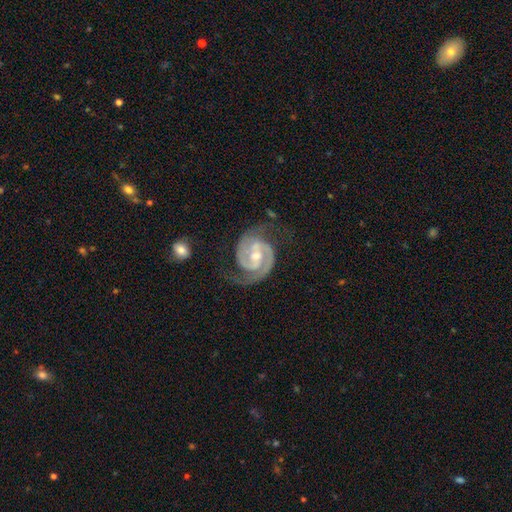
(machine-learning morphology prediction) smooth-or-featured: featured or disk: 93% | star or artifact: 4% | smooth: 3%
  disk-edge-on: no: 98% | yes: 2%
    bar: weak: 46% | no: 36% | strong: 18%
    has-spiral-arms: yes: 99% | no: 1%
      spiral-winding: medium: 47% | tight: 45% | loose: 8%
      spiral-arm-count: 2: 92% | 3: 2% | can't tell: 2% | 1: 2% | 4: 1% | more than 4: 1%
    bulge-size: moderate: 60% | small: 35% | large: 3% | none: 2% | dominant: 1%
  merging: none: 70% | minor disturbance: 18% | major disturbance: 10% | merger: 2%